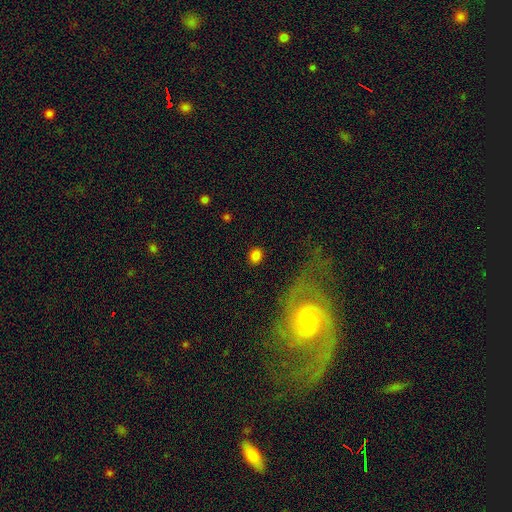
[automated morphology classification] Smooth or featured? Predicted: smooth (p=0.82). How rounded? Predicted: round (p=0.66). Merging? Predicted: none (p=0.88).